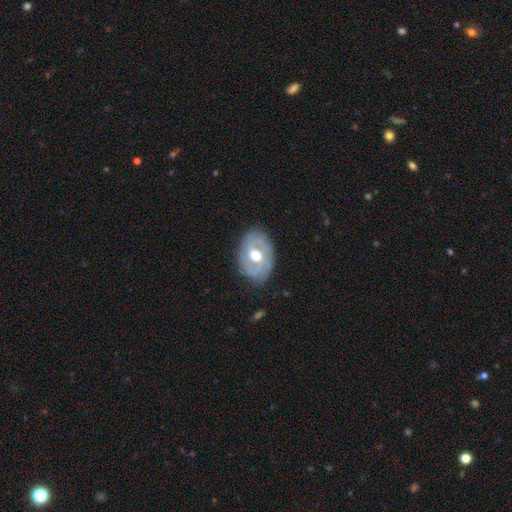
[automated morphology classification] A featured or disk galaxy (72%) with no bar (47%), spiral arms (73%) and a moderate central bulge (77%).

Vote fractions:
- Smooth or featured? featured or disk: 72% / smooth: 23% / star or artifact: 5%
- Edge-on disk? no: 95% / yes: 5%
- Bar? no: 47% / weak: 41% / strong: 12%
- Spiral arms? yes: 73% / no: 27%
- Bulge size? moderate: 77% / large: 13% / small: 8% / dominant: 1% / none: 1%
- Merging? none: 77% / minor disturbance: 17% / major disturbance: 5% / merger: 1%